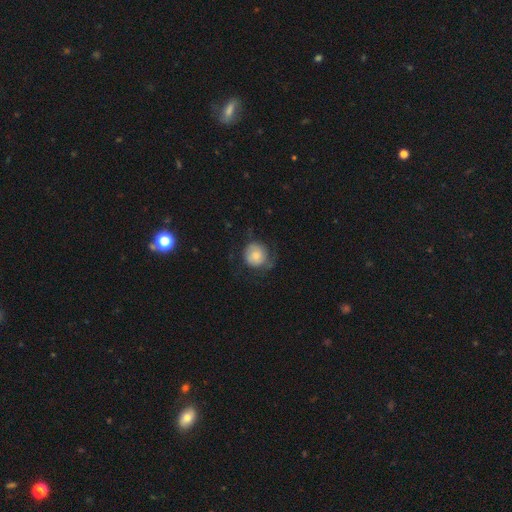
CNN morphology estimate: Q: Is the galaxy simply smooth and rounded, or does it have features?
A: smooth — 72%.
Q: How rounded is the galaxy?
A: round — 86%.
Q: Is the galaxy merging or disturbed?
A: none — 53%.